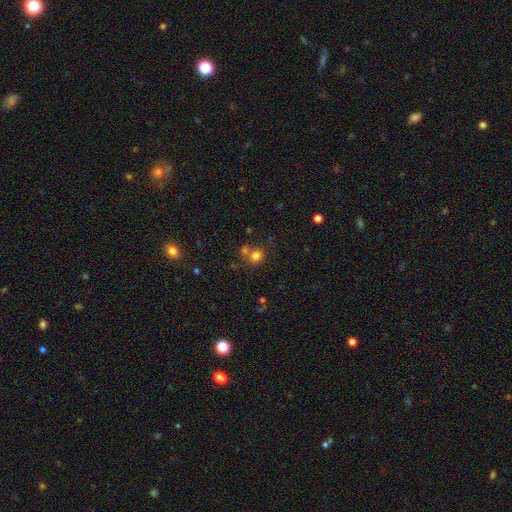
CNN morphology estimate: This is likely a smooth galaxy (78%). How rounded: clearly round (83%). Merging: possibly none (59%).